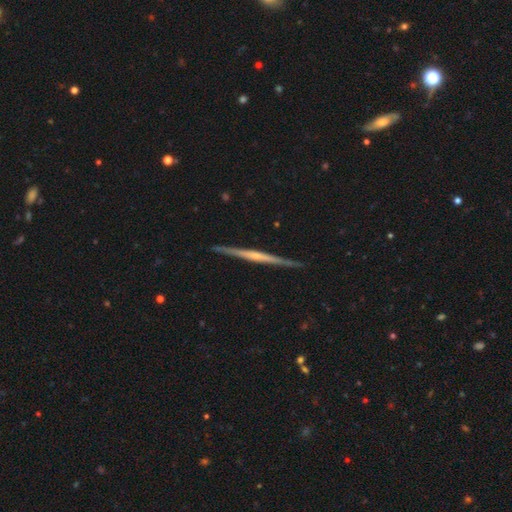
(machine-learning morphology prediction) Q: Smooth or featured?
A: featured or disk (79%); runner-up: smooth (16%)
Q: Edge-on disk?
A: yes (98%); runner-up: no (2%)
Q: Edge-on bulge?
A: rounded (53%); runner-up: none (38%)
Q: Merging?
A: none (90%); runner-up: minor disturbance (7%)